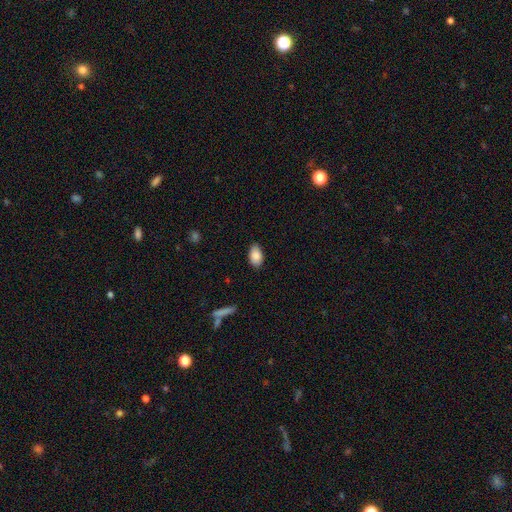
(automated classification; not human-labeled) Morphology: type=smooth (87%); roundness=in between (93%); merging=none (85%).